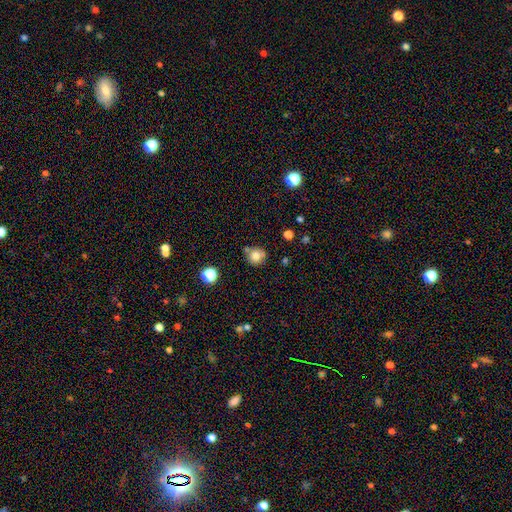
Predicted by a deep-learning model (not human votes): A smooth galaxy with no disk features (78%) that is round (88%).

Vote fractions:
- Smooth or featured? smooth: 78% / star or artifact: 12% / featured or disk: 10%
- How rounded? round: 88% / in between: 11% / cigar-shaped: 1%
- Merging? none: 67% / minor disturbance: 17% / merger: 11% / major disturbance: 5%